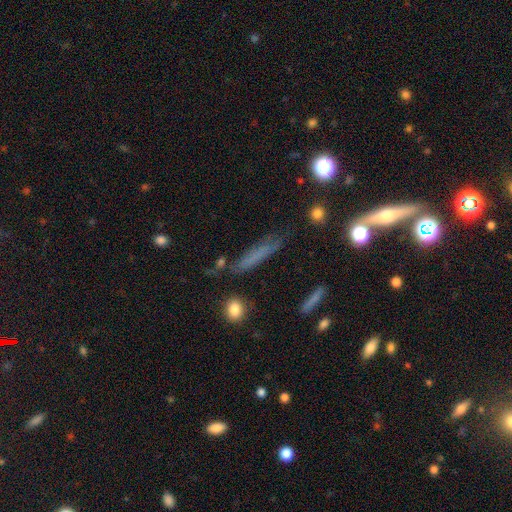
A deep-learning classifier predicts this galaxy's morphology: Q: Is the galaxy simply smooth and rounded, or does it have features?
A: smooth — 61%.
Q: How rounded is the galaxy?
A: cigar-shaped — 87%.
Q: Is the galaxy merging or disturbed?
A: none — 73%.